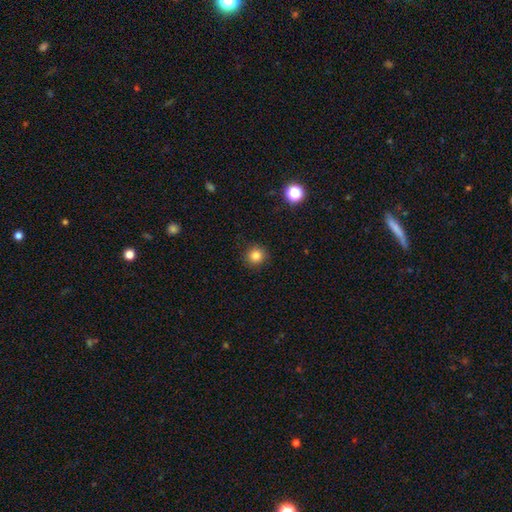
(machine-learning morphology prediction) A smooth galaxy with no disk features (82%) that is round (93%).

Vote fractions:
- Smooth or featured? smooth: 82% / star or artifact: 12% / featured or disk: 5%
- How rounded? round: 93% / in between: 6% / cigar-shaped: 1%
- Merging? none: 91% / minor disturbance: 6% / major disturbance: 2% / merger: 1%